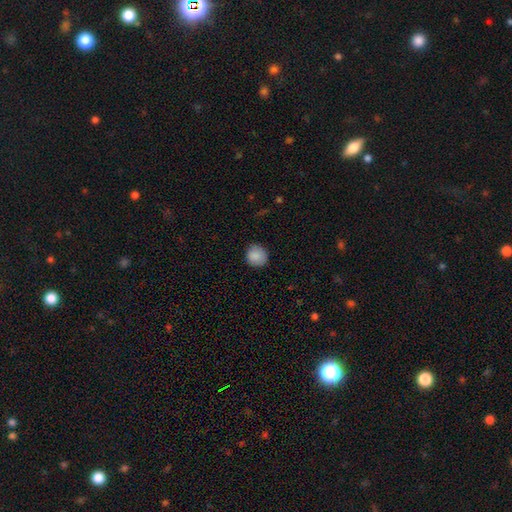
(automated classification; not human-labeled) smooth-or-featured: smooth: 88% | star or artifact: 8% | featured or disk: 4%
  how-rounded: round: 83% | in between: 16% | cigar-shaped: 1%
  merging: none: 85% | minor disturbance: 12% | major disturbance: 2% | merger: 1%